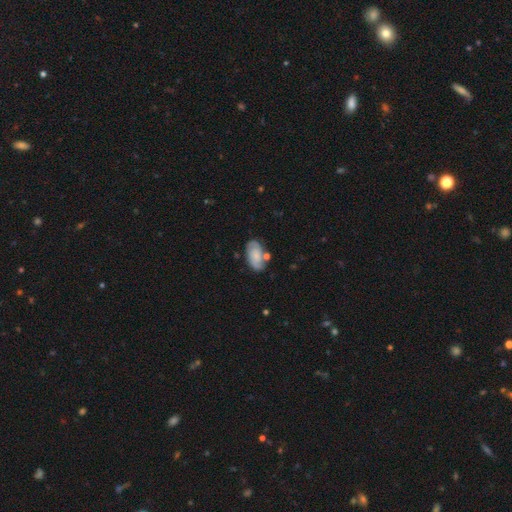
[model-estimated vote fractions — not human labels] Smooth or featured? smooth (49%)
Merging? none (64%)